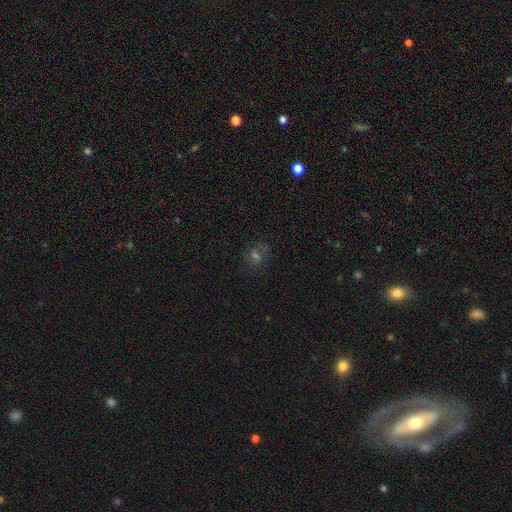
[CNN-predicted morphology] This appears to be a smooth galaxy with no disk features (49%). Merging: none (80%).